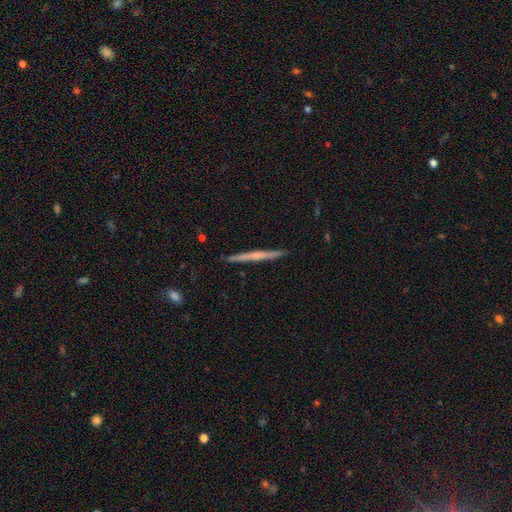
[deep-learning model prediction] featured or disk 56%, smooth 38%, star or artifact 6%. Down the decision tree: edge-on disk — yes (98%); edge-on bulge — none (74%); merging — none (92%).